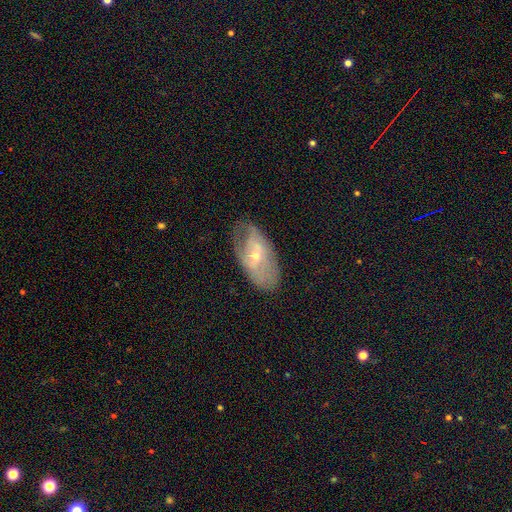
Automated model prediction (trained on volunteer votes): featured or disk 63%, smooth 29%, star or artifact 8%. Down the decision tree: edge-on disk — no (88%); bar — no (52%); spiral arms — yes (63%); bulge size — small (58%); merging — none (65%).